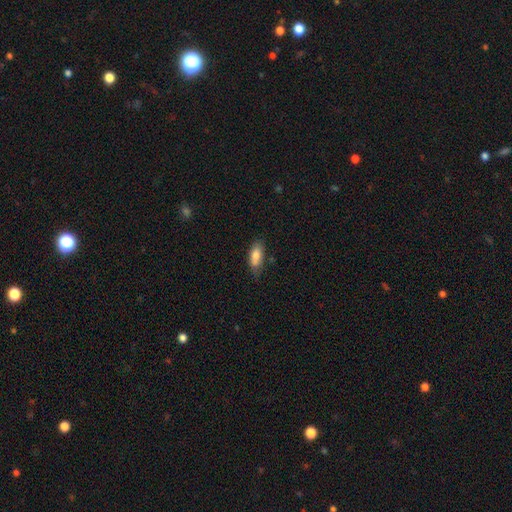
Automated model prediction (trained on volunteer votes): A smooth galaxy with no disk features (80%) that is in between round and cigar-shaped (79%).

Vote fractions:
- Smooth or featured? smooth: 80% / featured or disk: 13% / star or artifact: 7%
- How rounded? in between: 79% / cigar-shaped: 19% / round: 2%
- Merging? none: 65% / minor disturbance: 26% / major disturbance: 5% / merger: 4%